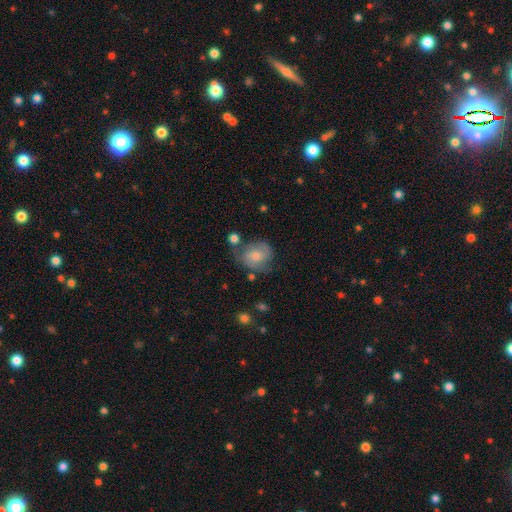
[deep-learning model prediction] smooth_or_featured: smooth (p=0.65) [alt: featured or disk p=0.27]
how_rounded: round (p=0.61) [alt: in between p=0.38]
merging: none (p=0.54) [alt: minor disturbance p=0.26]